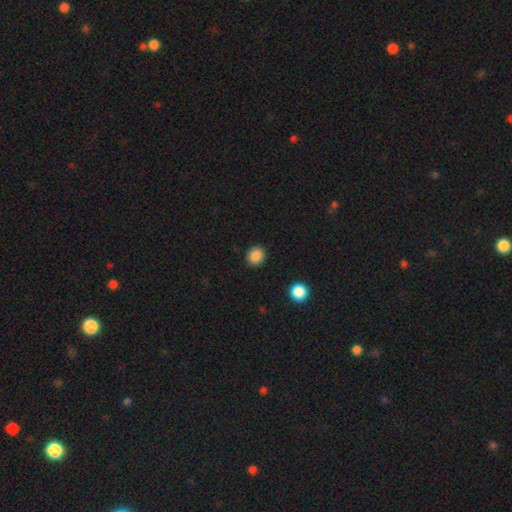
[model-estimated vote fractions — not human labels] The model was most divided on "how rounded": round: 76%, in between: 23%, cigar-shaped: 1%. More confident: merging — none (90%); smooth or featured — smooth (87%).